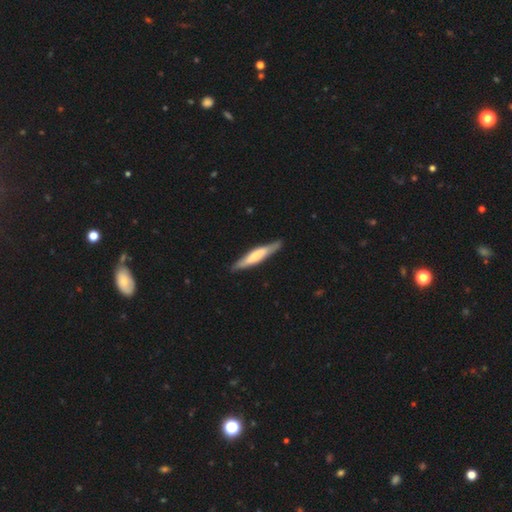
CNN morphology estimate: smooth 54%, featured or disk 41%, star or artifact 5%. Down the decision tree: how rounded — cigar-shaped (89%); merging — none (85%).